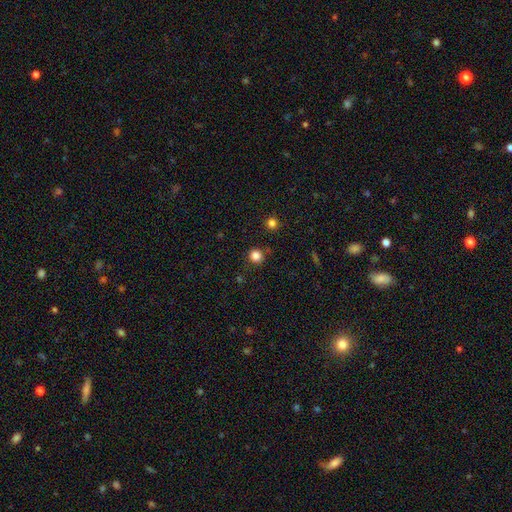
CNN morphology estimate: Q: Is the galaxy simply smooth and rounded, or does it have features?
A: smooth — 83%.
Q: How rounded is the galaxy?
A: round — 93%.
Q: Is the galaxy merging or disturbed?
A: none — 87%.